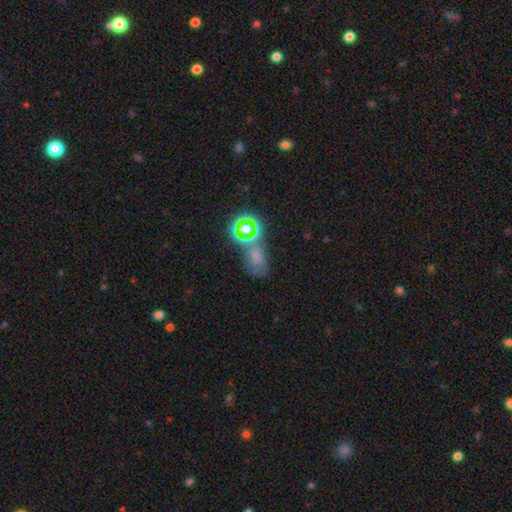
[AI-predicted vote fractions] Overall: smooth (47%; star or artifact 36%). Merging: none (44%; merger 25%).